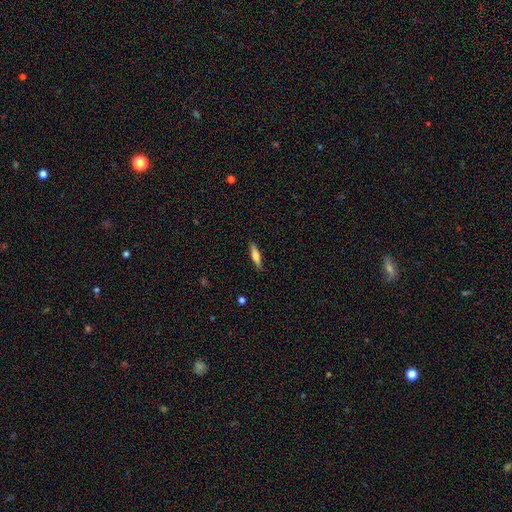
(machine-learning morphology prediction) This appears to be a smooth galaxy with no disk features (65%) that is cigar-shaped (72%). Merging: none (87%).